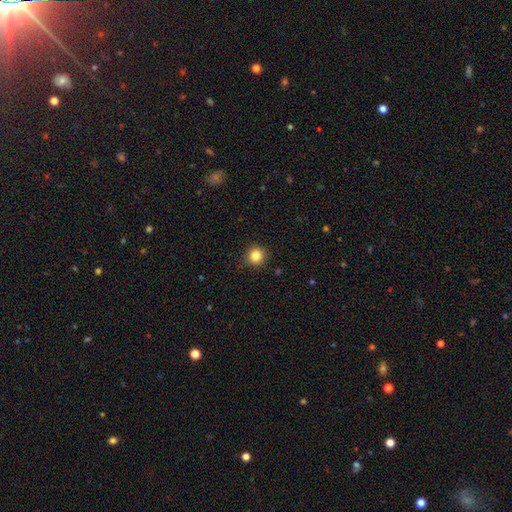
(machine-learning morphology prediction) Smooth or featured? smooth (84%)
How rounded? round (93%)
Merging? none (89%)